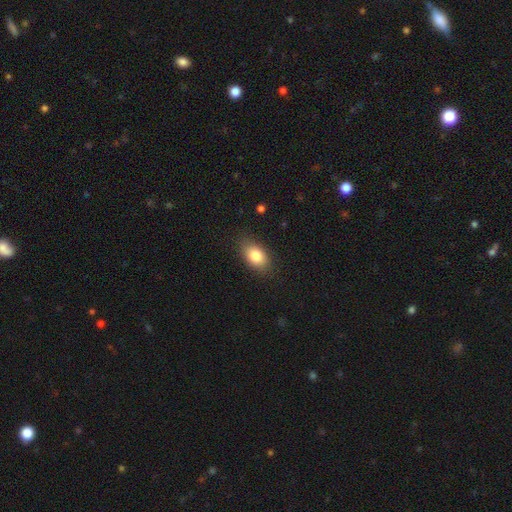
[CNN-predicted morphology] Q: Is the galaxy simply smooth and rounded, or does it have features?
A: smooth — 82%.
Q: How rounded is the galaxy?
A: in between — 86%.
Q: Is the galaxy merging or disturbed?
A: none — 83%.